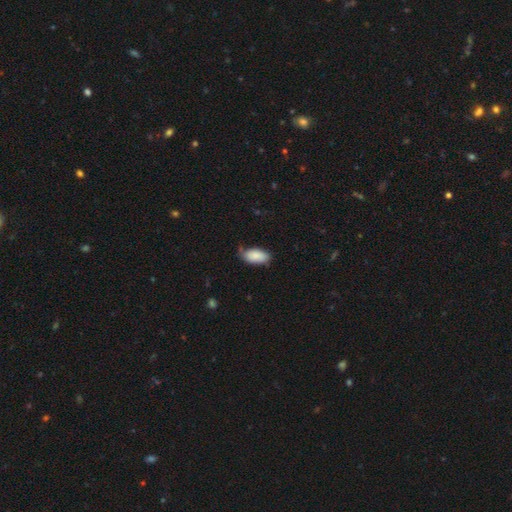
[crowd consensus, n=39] smooth_or_featured: smooth (p=0.87) [alt: star or artifact p=0.08]
how_rounded: in between (p=0.94) [alt: round p=0.03]
merging: none (p=0.72) [alt: minor disturbance p=0.22]